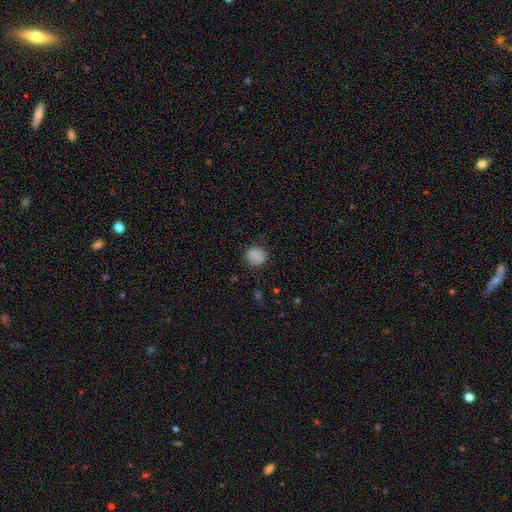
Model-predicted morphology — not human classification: A smooth galaxy with no disk features (84%) that is round (83%). Merging: none (83%).